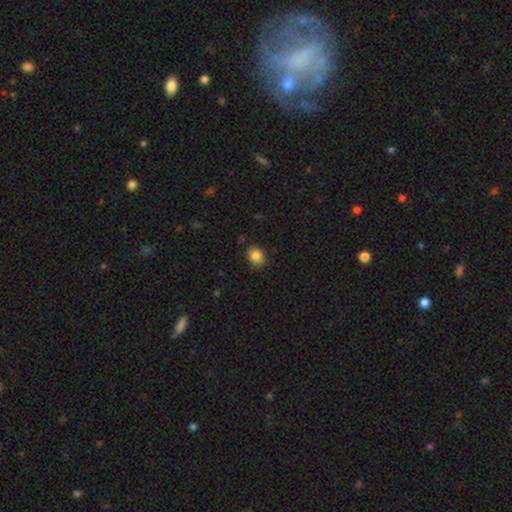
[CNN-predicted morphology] smooth-or-featured: smooth: 85% | star or artifact: 9% | featured or disk: 6%
  how-rounded: in between: 57% | round: 42% | cigar-shaped: 1%
  merging: none: 82% | minor disturbance: 14% | major disturbance: 3% | merger: 1%